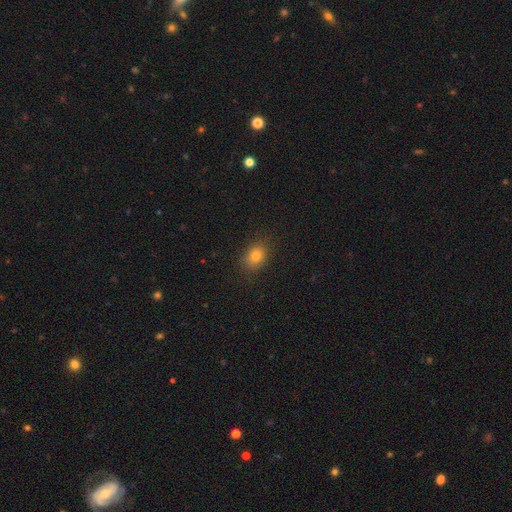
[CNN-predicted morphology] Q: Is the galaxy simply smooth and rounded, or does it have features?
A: smooth — 81%.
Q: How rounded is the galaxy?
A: in between — 58%.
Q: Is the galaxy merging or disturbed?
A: none — 82%.